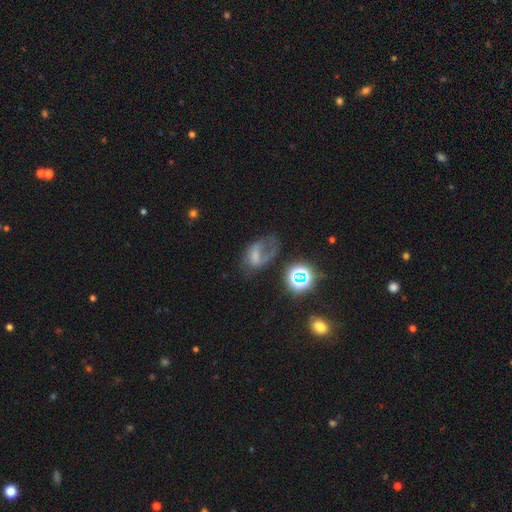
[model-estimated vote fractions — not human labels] featured or disk 46%, smooth 35%, star or artifact 20%. Down the decision tree: merging — major disturbance (42%).